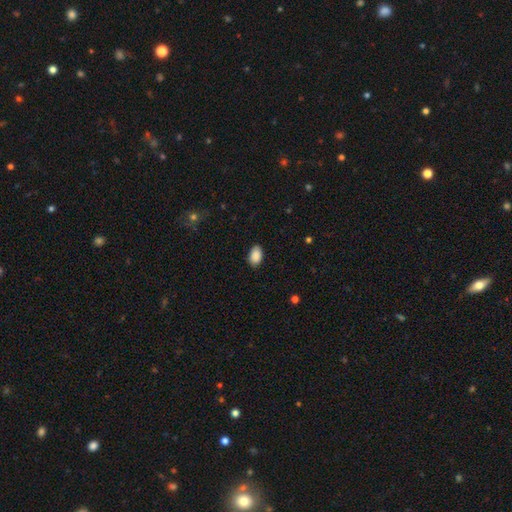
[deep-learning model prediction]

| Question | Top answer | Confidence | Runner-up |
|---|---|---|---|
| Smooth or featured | smooth | 90% | star or artifact (7%) |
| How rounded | in between | 90% | round (8%) |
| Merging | none | 87% | minor disturbance (10%) |